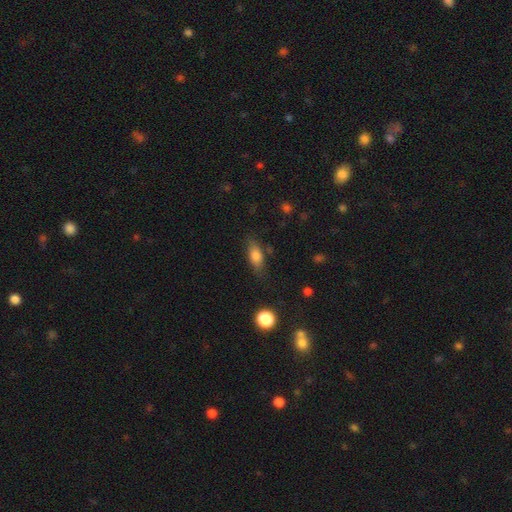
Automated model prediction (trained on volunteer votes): Morphology: type=smooth (74%); roundness=in between (74%); merging=none (75%).